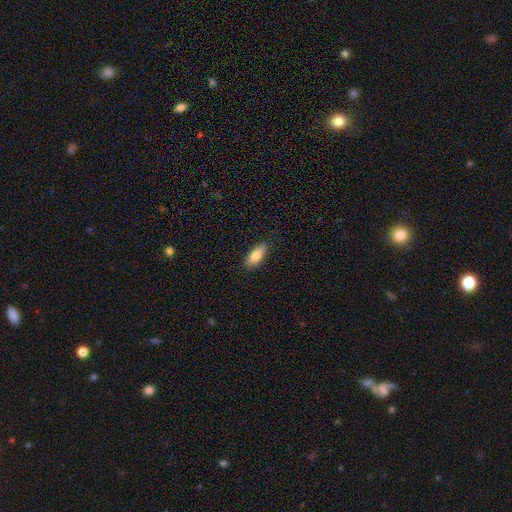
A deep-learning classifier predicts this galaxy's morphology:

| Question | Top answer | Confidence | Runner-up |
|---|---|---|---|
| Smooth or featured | smooth | 78% | featured or disk (16%) |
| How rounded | in between | 73% | cigar-shaped (25%) |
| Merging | none | 85% | minor disturbance (12%) |